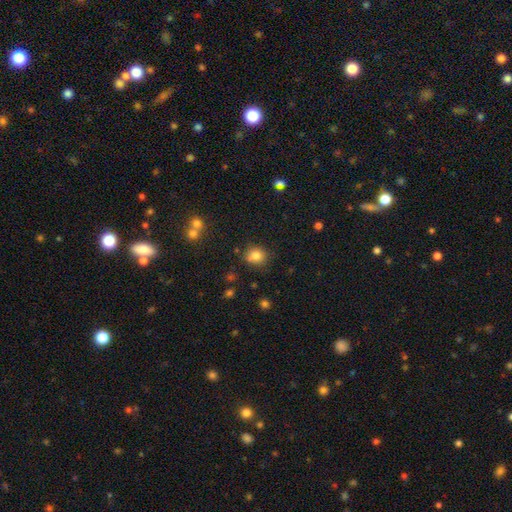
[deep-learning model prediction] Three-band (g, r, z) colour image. It shows a smooth galaxy with no disk features (80%) that is round (80%). Merging: none (72%).